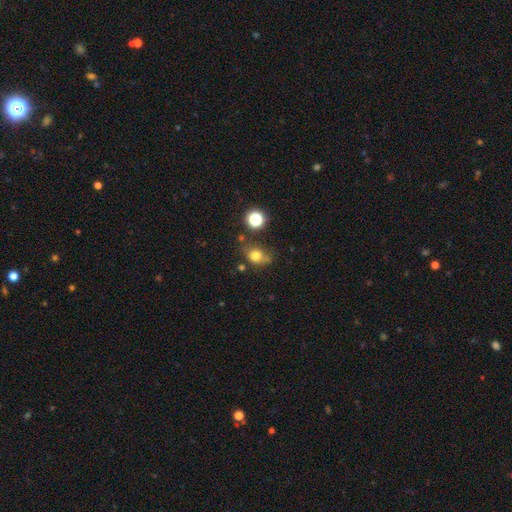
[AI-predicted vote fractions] A smooth galaxy with no disk features (74%) that is round (55%). Merging: none (52%).